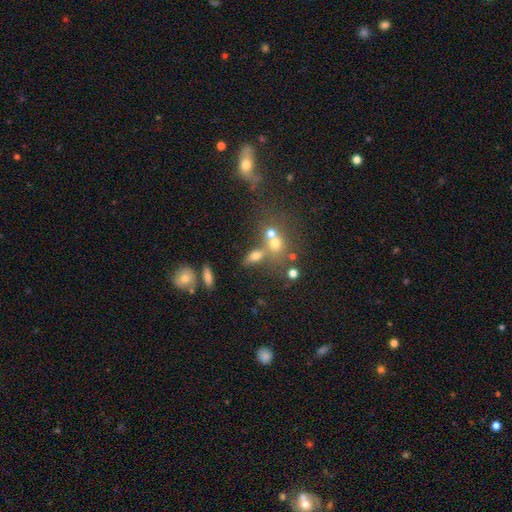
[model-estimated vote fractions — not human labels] Smooth or featured?
  - smooth: 65% *
  - featured or disk: 18%
  - star or artifact: 17%
How rounded?
  - in between: 63% *
  - round: 28%
  - cigar-shaped: 9%
Merging?
  - none: 45% *
  - merger: 35%
  - minor disturbance: 12%
  - major disturbance: 7%